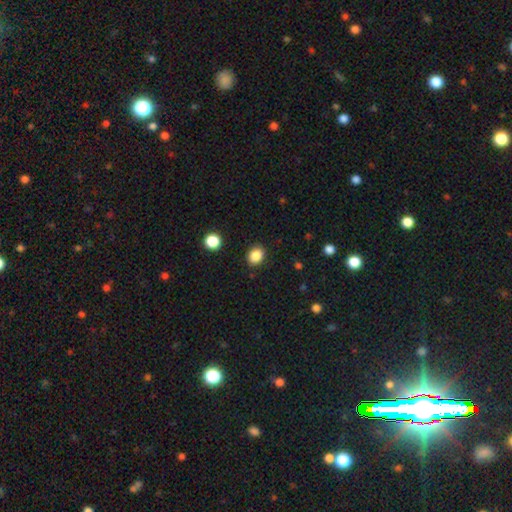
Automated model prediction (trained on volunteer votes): A smooth galaxy with no disk features (86%) that is round (55%).

Vote fractions:
- Smooth or featured? smooth: 86% / star or artifact: 10% / featured or disk: 4%
- How rounded? round: 55% / in between: 44% / cigar-shaped: 1%
- Merging? none: 89% / minor disturbance: 8% / major disturbance: 2% / merger: 1%